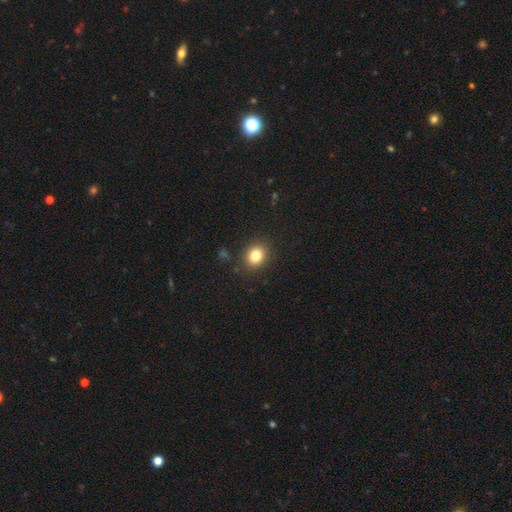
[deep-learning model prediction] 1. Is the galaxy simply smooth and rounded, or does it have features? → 82% smooth, 11% star or artifact, 7% featured or disk.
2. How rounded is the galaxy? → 59% round, 40% in between, 1% cigar-shaped.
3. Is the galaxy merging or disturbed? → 88% none, 8% minor disturbance, 3% major disturbance, 1% merger.